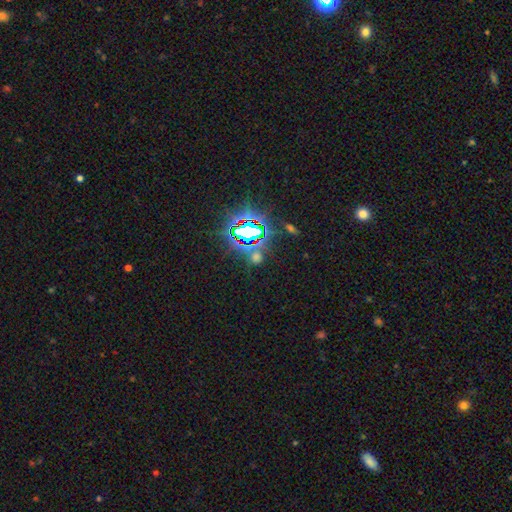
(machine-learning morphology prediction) star or artifact 74%, smooth 17%, featured or disk 8%.